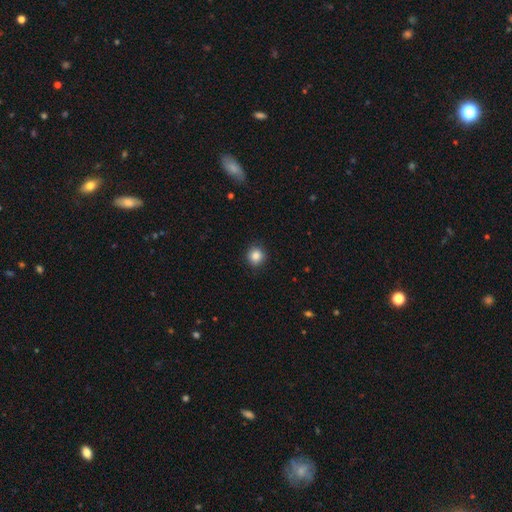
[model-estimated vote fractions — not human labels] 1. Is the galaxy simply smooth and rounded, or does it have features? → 86% smooth, 10% star or artifact, 4% featured or disk.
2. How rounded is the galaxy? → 90% round, 9% in between, 1% cigar-shaped.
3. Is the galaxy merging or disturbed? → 89% none, 8% minor disturbance, 2% major disturbance, 1% merger.